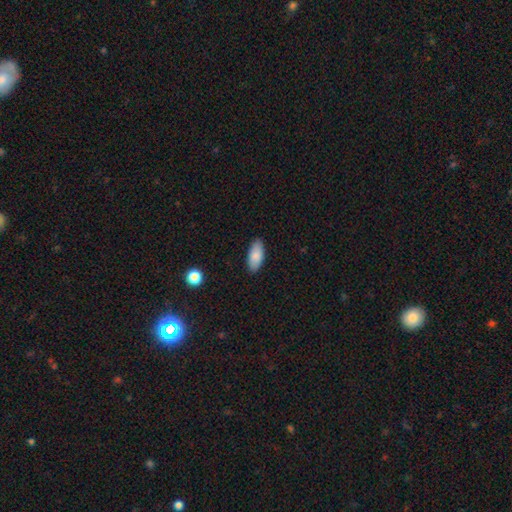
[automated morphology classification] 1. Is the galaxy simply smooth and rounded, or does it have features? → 87% smooth, 7% featured or disk, 6% star or artifact.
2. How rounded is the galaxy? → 89% in between, 9% cigar-shaped, 2% round.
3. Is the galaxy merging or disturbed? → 88% none, 9% minor disturbance, 2% major disturbance, 1% merger.